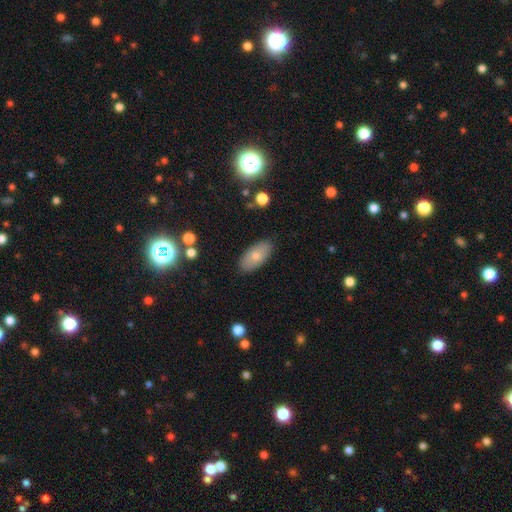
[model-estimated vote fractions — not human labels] smooth_or_featured: smooth (p=0.72) [alt: featured or disk p=0.21]
how_rounded: in between (p=0.91) [alt: cigar-shaped p=0.06]
merging: none (p=0.86) [alt: minor disturbance p=0.10]